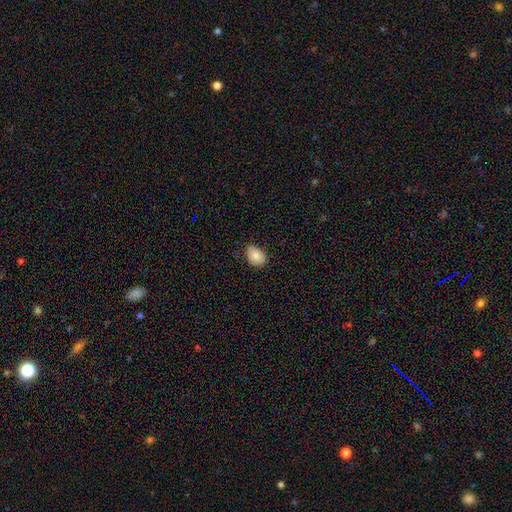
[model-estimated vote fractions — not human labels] Q: Smooth or featured?
A: smooth (81%); runner-up: featured or disk (11%)
Q: How rounded?
A: in between (65%); runner-up: round (34%)
Q: Merging?
A: none (68%); runner-up: minor disturbance (27%)